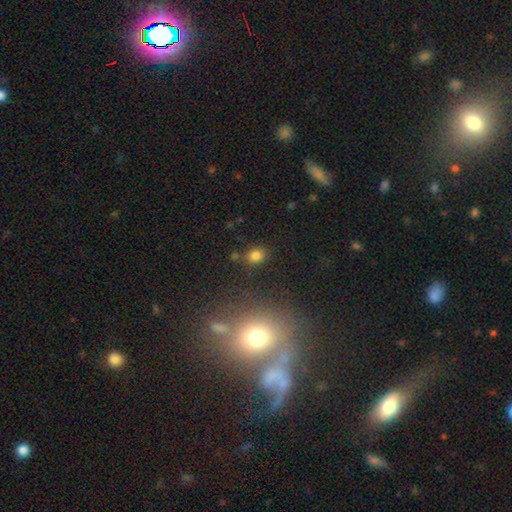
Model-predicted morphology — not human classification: A smooth galaxy with no disk features (79%) that is round (60%).

Vote fractions:
- Smooth or featured? smooth: 79% / star or artifact: 16% / featured or disk: 6%
- How rounded? round: 60% / in between: 39% / cigar-shaped: 1%
- Merging? none: 81% / minor disturbance: 11% / merger: 5% / major disturbance: 4%